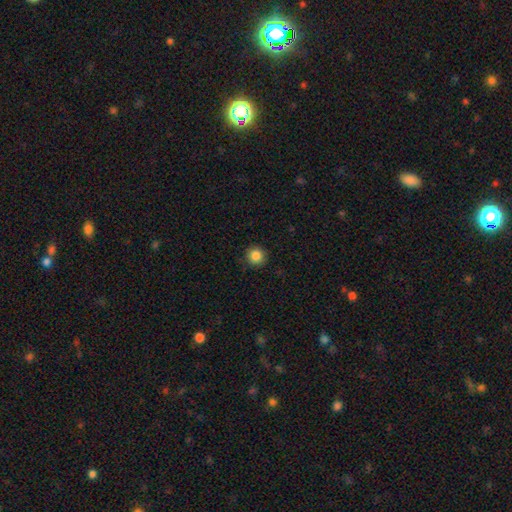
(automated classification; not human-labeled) Overall: smooth (86%). How rounded: round (94%). Merging: none (90%).